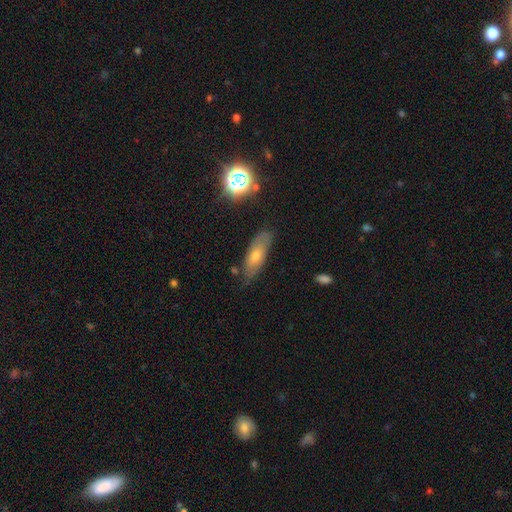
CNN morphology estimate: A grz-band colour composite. It shows a smooth galaxy with no disk features (53%) that is in between round and cigar-shaped (61%). Merging: none (74%).